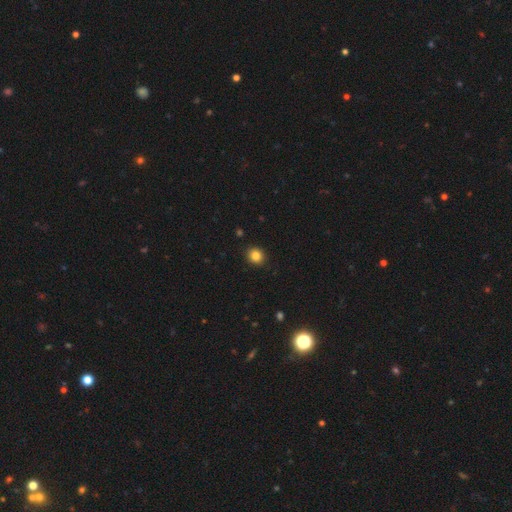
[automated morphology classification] A smooth galaxy with no disk features (84%) that is round (79%).

Vote fractions:
- Smooth or featured? smooth: 84% / star or artifact: 11% / featured or disk: 5%
- How rounded? round: 79% / in between: 20% / cigar-shaped: 1%
- Merging? none: 92% / minor disturbance: 6% / major disturbance: 2% / merger: 1%